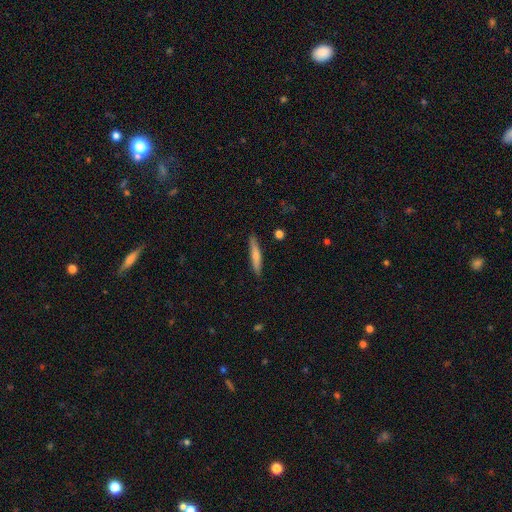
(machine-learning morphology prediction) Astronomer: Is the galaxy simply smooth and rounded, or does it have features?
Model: smooth — 69%.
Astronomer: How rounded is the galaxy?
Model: cigar-shaped — 92%.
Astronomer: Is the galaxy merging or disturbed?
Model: none — 88%.